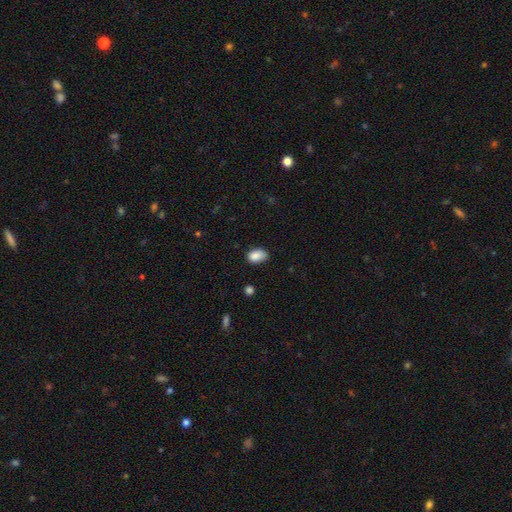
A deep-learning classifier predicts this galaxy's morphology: smooth_or_featured: smooth (p=0.87) [alt: star or artifact p=0.08]
how_rounded: in between (p=0.83) [alt: round p=0.16]
merging: none (p=0.63) [alt: minor disturbance p=0.29]